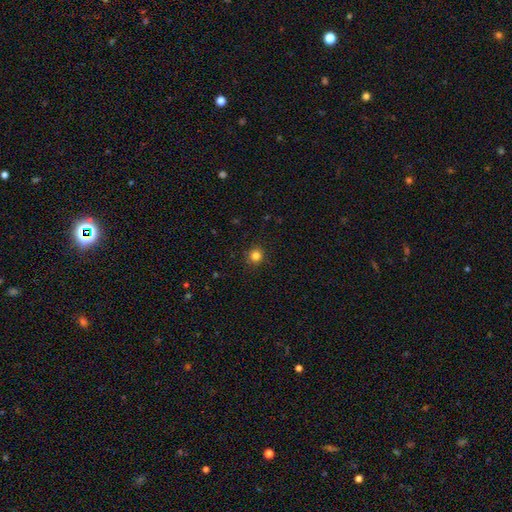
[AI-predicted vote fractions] Overall: smooth (82%). How rounded: round (92%). Merging: none (91%).